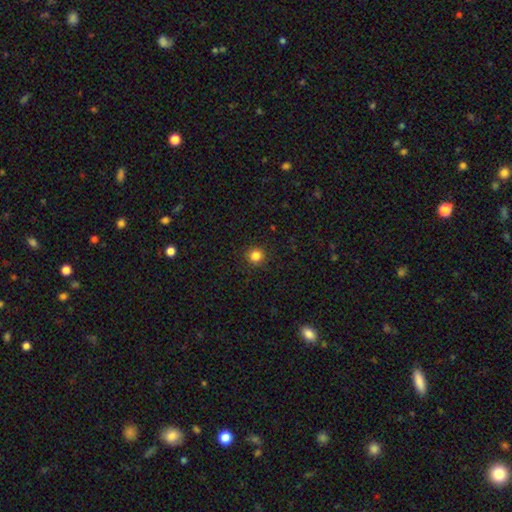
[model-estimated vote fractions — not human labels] Smooth or featured?
  - smooth: 84% *
  - star or artifact: 12%
  - featured or disk: 4%
How rounded?
  - round: 95% *
  - in between: 5%
  - cigar-shaped: 1%
Merging?
  - none: 92% *
  - minor disturbance: 5%
  - major disturbance: 2%
  - merger: 1%